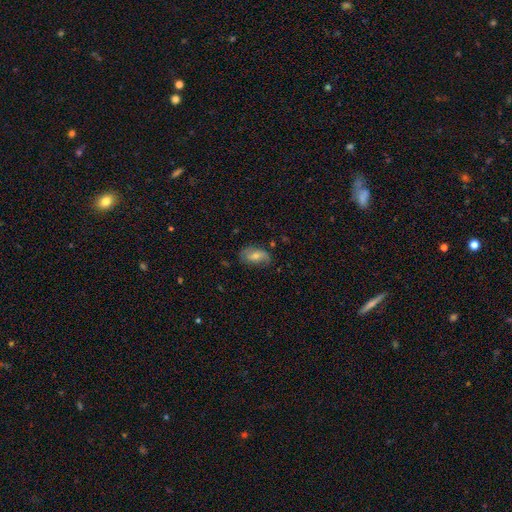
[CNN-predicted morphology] This appears to be a featured or disk galaxy (47%). Merging: none (67%).